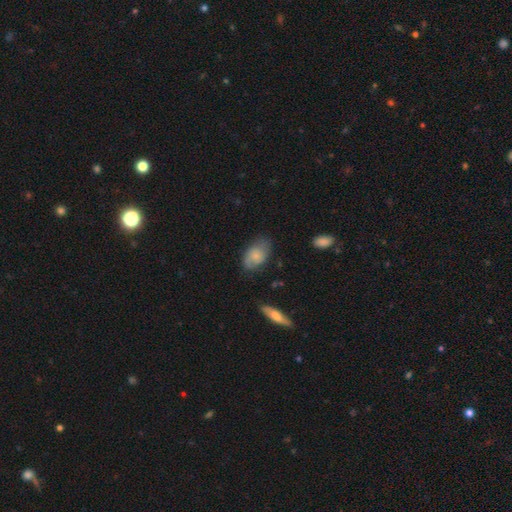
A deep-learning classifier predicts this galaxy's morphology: A smooth galaxy with no disk features (70%) that is in between round and cigar-shaped (90%). Merging: none (66%).